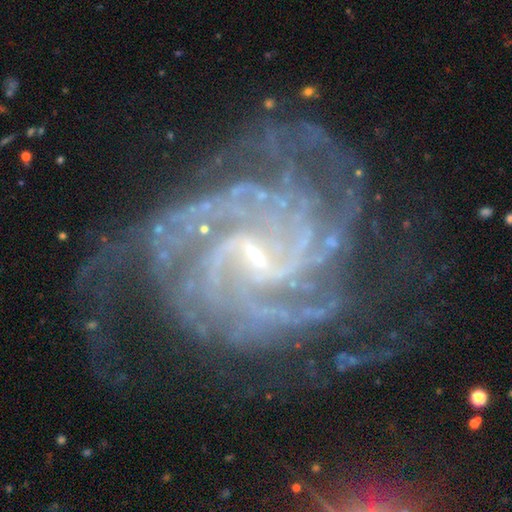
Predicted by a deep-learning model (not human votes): Morphology: type=featured or disk (92%); edge-on=no (98%); bar=weak (52%); spiral arms=yes (98%); winding=tight (59%); arm count=4 (23%); bulge=small (79%); merging=none (63%).